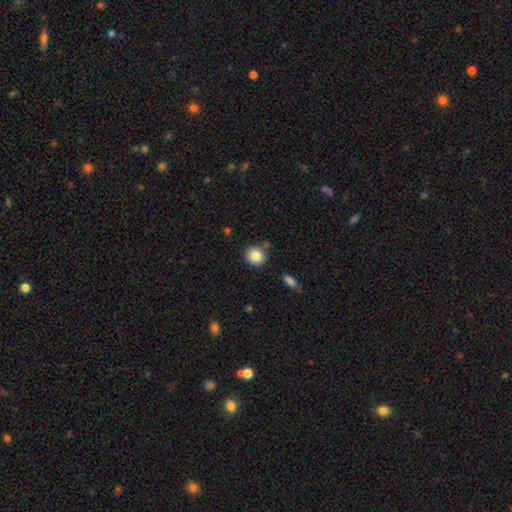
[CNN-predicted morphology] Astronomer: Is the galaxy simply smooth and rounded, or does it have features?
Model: smooth — 85%.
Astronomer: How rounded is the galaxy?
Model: round — 89%.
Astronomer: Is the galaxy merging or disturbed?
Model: none — 80%.